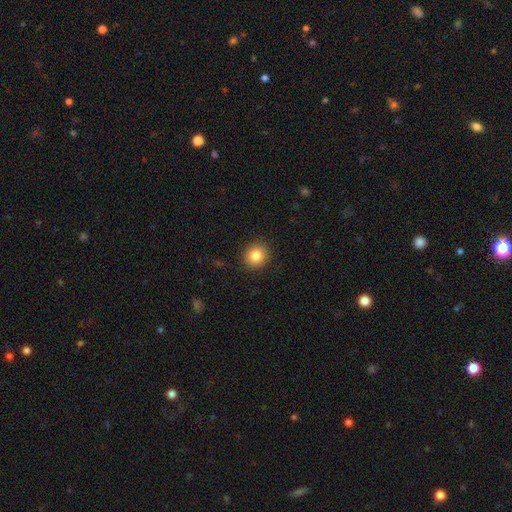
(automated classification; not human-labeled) A smooth galaxy with no disk features (85%) that is round (86%). Merging: none (91%).